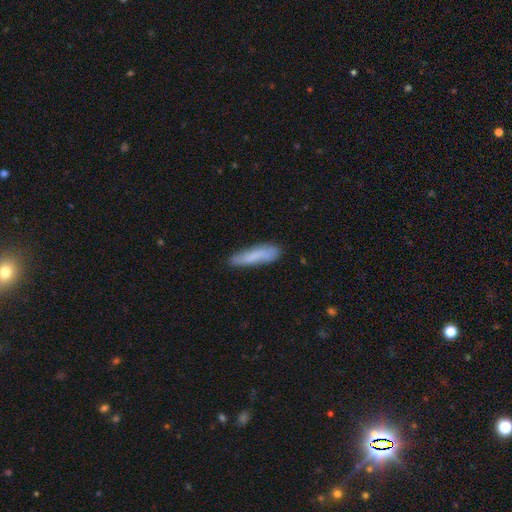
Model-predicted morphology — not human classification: smooth 73%, featured or disk 21%, star or artifact 7%. Down the decision tree: how rounded — cigar-shaped (76%); merging — none (75%).